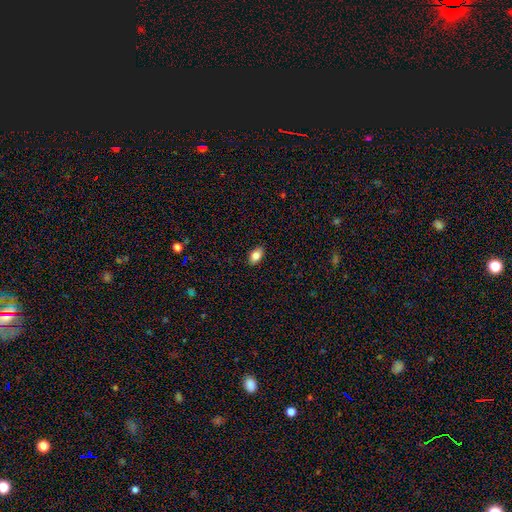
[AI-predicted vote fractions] This appears to be a smooth galaxy with no disk features (83%) that is in between round and cigar-shaped (89%). Merging: none (88%).